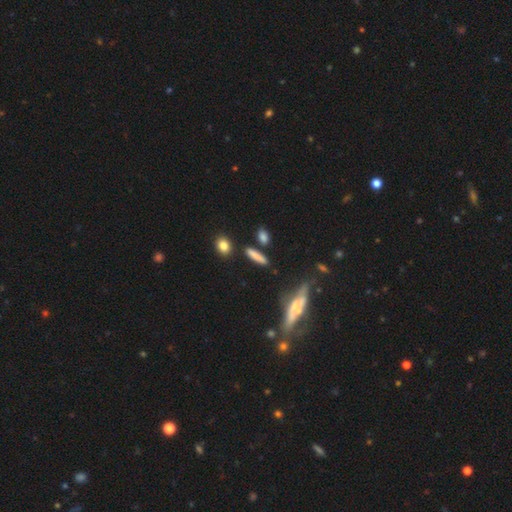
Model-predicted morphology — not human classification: type=smooth (77%); roundness=cigar-shaped (71%); merging=none (81%).